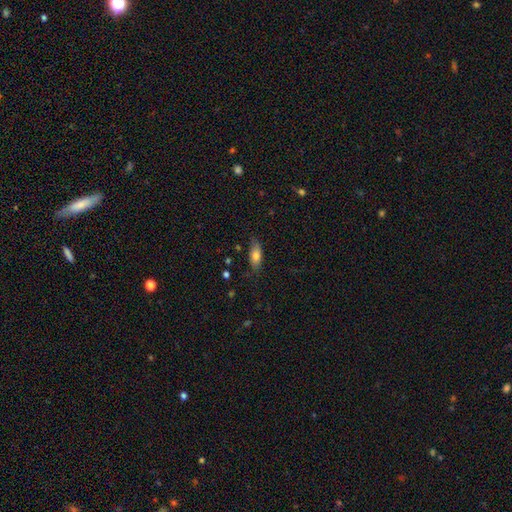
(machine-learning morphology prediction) Smooth or featured? smooth (74%)
How rounded? in between (78%)
Merging? none (77%)